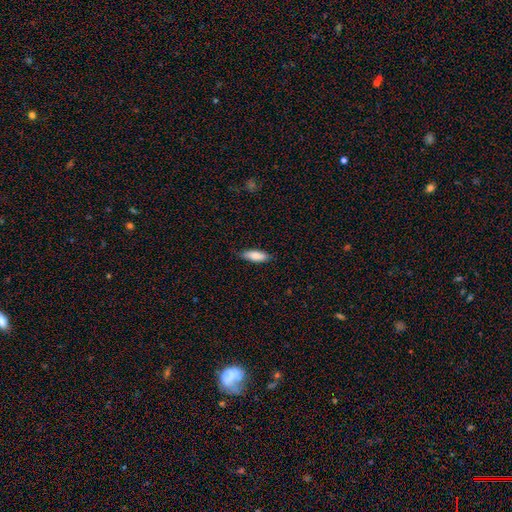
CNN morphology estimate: The model was most divided on "how rounded": in between: 64%, cigar-shaped: 34%, round: 2%. More confident: smooth or featured — smooth (86%); merging — none (81%).